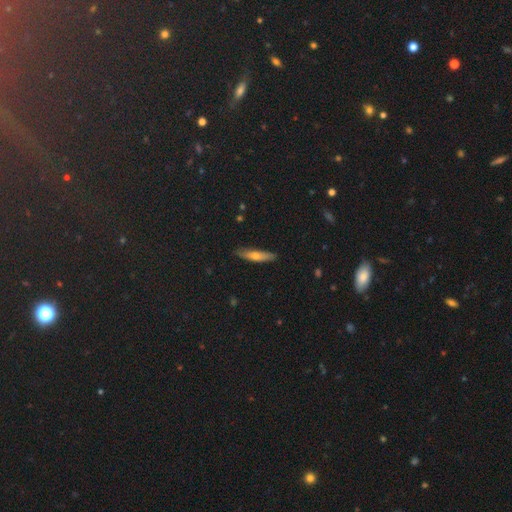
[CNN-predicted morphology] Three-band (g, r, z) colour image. It shows a smooth galaxy with no disk features (56%) that is cigar-shaped (81%). Merging: none (86%).